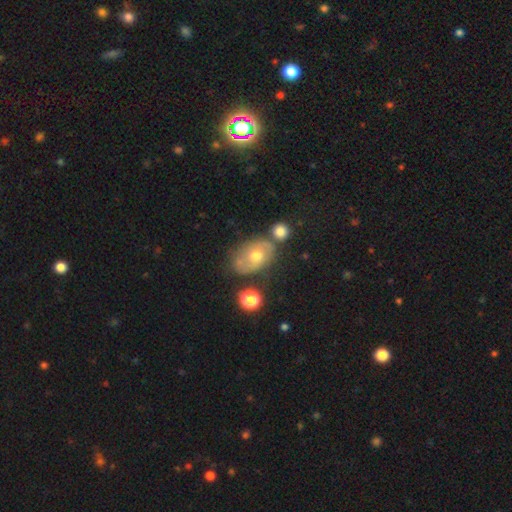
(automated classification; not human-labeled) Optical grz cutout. It shows a featured or disk galaxy (54%) with no bar (76%), spiral arms (67%) and a moderate central bulge (69%). Merging: none (61%).